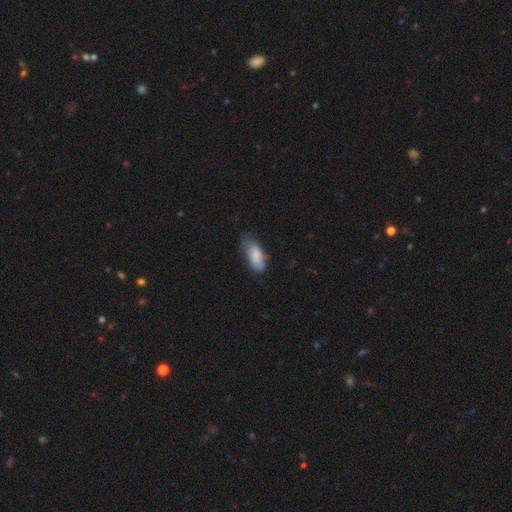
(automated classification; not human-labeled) Q: Smooth or featured?
A: smooth (81%); runner-up: featured or disk (12%)
Q: How rounded?
A: in between (88%); runner-up: cigar-shaped (10%)
Q: Merging?
A: none (47%); runner-up: minor disturbance (38%)